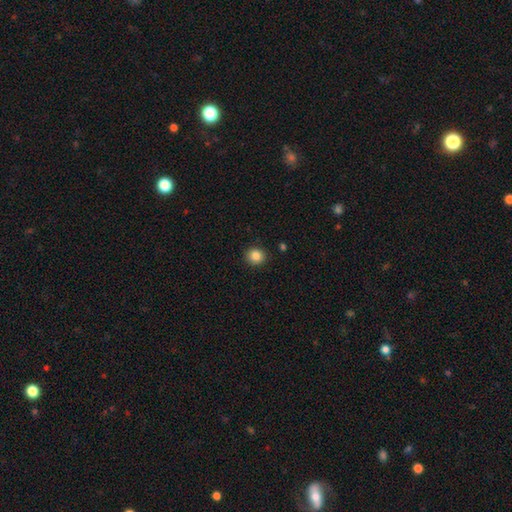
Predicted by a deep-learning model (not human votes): Q: Smooth or featured?
A: smooth (86%); runner-up: star or artifact (10%)
Q: How rounded?
A: round (85%); runner-up: in between (14%)
Q: Merging?
A: none (90%); runner-up: minor disturbance (7%)